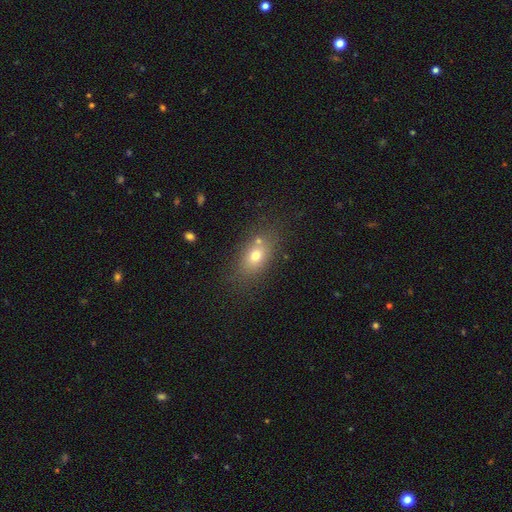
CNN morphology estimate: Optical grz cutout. It shows a smooth galaxy with no disk features (70%) that is in between round and cigar-shaped (75%). Merging: none (70%).